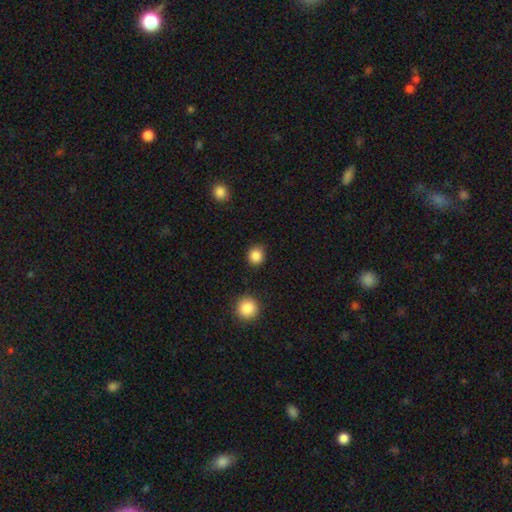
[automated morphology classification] Smooth or featured? Predicted: smooth (p=0.86). How rounded? Predicted: round (p=0.88). Merging? Predicted: none (p=0.85).